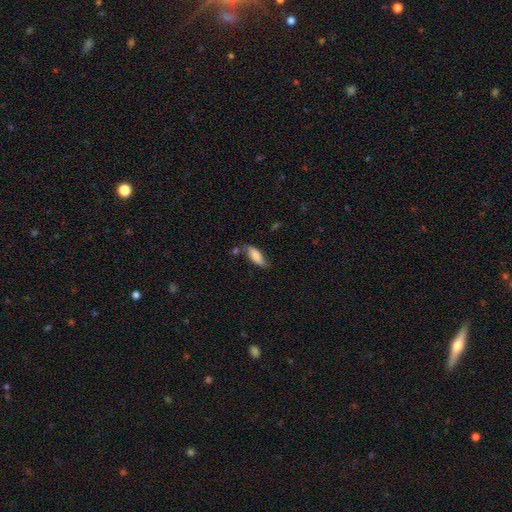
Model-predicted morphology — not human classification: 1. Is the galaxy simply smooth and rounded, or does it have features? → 79% smooth, 15% featured or disk, 7% star or artifact.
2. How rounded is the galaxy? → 74% in between, 24% cigar-shaped, 2% round.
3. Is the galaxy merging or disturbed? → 63% none, 23% minor disturbance, 8% merger, 5% major disturbance.